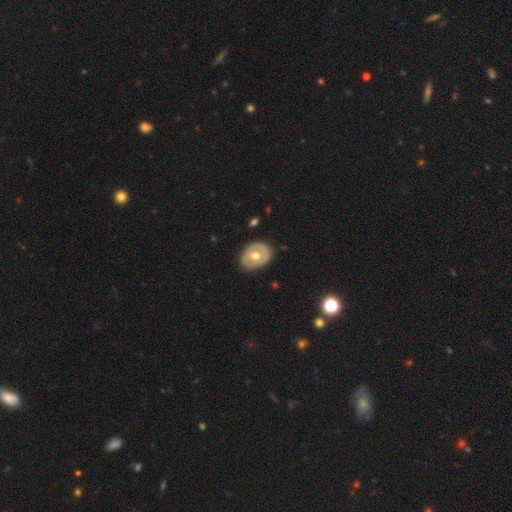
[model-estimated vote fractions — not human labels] The model was most divided on "smooth or featured": featured or disk: 54%, smooth: 40%, star or artifact: 5%. More confident: edge-on disk — no (93%); bar — no (83%); spiral arms — no (81%); merging — none (80%); bulge size — moderate (79%).